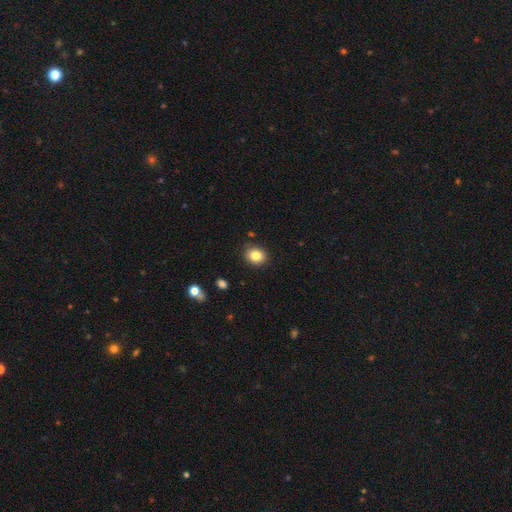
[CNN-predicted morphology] This appears to be a smooth galaxy with no disk features (83%) that is round (68%). Merging: none (87%).